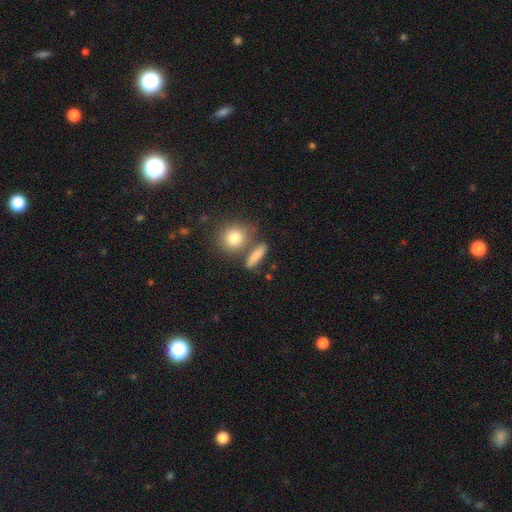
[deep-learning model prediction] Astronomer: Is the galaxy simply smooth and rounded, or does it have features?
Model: smooth — 81%.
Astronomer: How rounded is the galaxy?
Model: cigar-shaped — 43% (runner-up: in between, 36%).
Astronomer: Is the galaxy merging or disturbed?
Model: none — 71%.